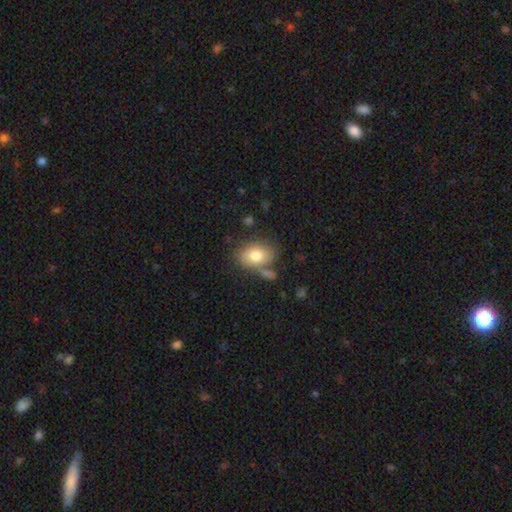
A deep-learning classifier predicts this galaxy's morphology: The model was most divided on "merging": none: 63%, minor disturbance: 18%, merger: 13%, major disturbance: 6%. More confident: how rounded — in between (82%); smooth or featured — smooth (78%).